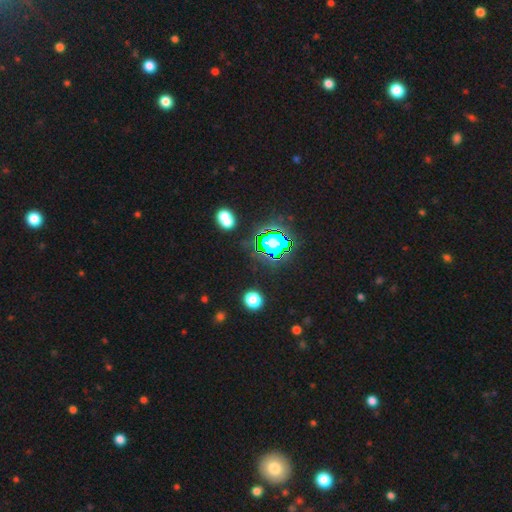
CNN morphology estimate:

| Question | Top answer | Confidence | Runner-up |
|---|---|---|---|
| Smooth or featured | star or artifact | 82% | smooth (11%) |